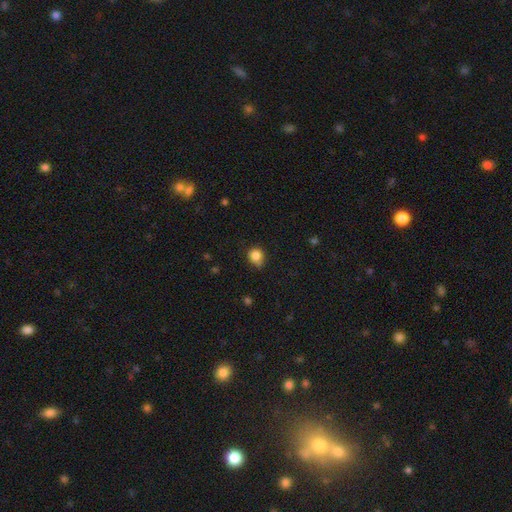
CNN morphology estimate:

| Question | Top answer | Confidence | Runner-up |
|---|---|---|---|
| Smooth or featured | smooth | 84% | star or artifact (11%) |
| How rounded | round | 81% | in between (18%) |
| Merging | none | 66% | minor disturbance (27%) |